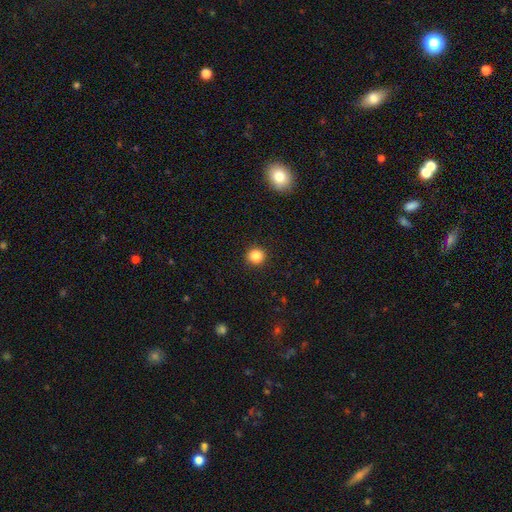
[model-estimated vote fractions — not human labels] Smooth or featured?
  - smooth: 85% *
  - star or artifact: 11%
  - featured or disk: 4%
How rounded?
  - round: 91% *
  - in between: 8%
  - cigar-shaped: 1%
Merging?
  - none: 92% *
  - minor disturbance: 5%
  - major disturbance: 2%
  - merger: 1%